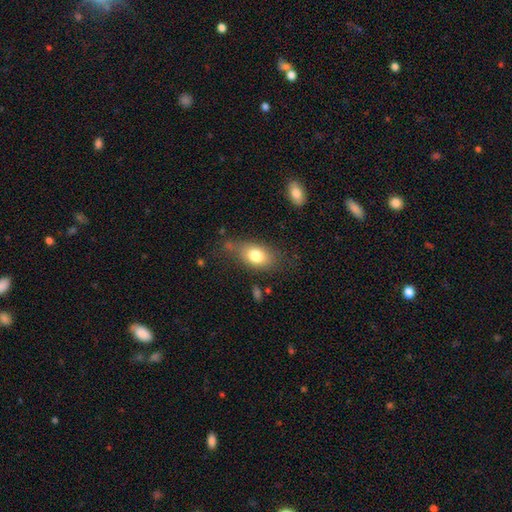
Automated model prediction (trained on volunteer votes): Smooth or featured: smooth — 78% (featured or disk — 14%)
How rounded: in between — 82% (round — 14%)
Merging: none — 62% (minor disturbance — 24%)